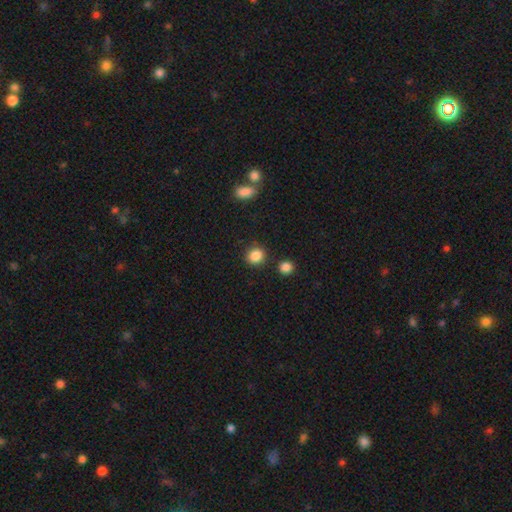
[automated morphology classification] smooth-or-featured: smooth: 87% | star or artifact: 10% | featured or disk: 3%
  how-rounded: round: 82% | in between: 17% | cigar-shaped: 1%
  merging: none: 86% | minor disturbance: 7% | merger: 4% | major disturbance: 3%